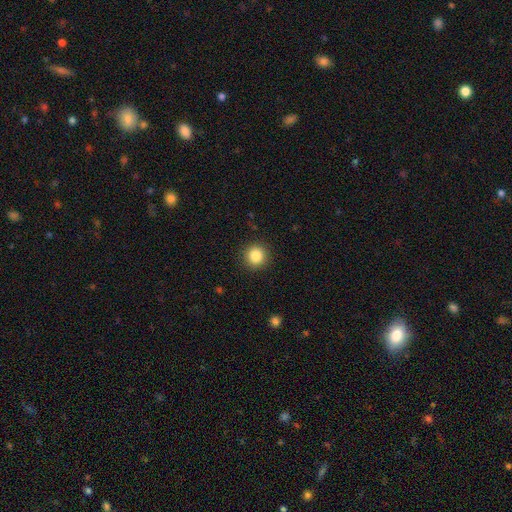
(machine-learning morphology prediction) A smooth galaxy with no disk features (85%) that is round (93%).

Vote fractions:
- Smooth or featured? smooth: 85% / star or artifact: 10% / featured or disk: 4%
- How rounded? round: 93% / in between: 6% / cigar-shaped: 1%
- Merging? none: 91% / minor disturbance: 6% / major disturbance: 2% / merger: 1%